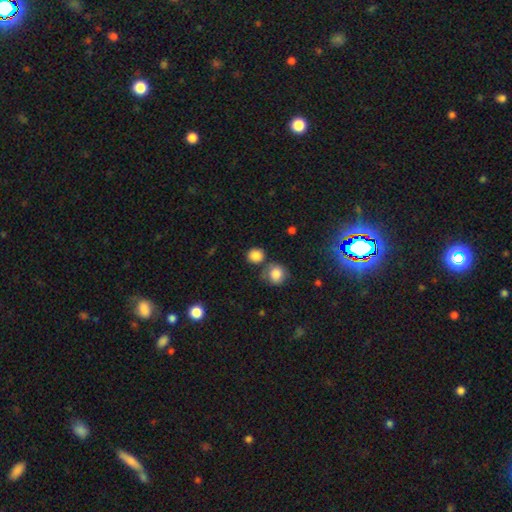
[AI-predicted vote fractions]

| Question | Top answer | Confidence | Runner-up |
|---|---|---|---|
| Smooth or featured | smooth | 85% | star or artifact (10%) |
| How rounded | round | 82% | in between (17%) |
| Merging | none | 68% | merger (17%) |